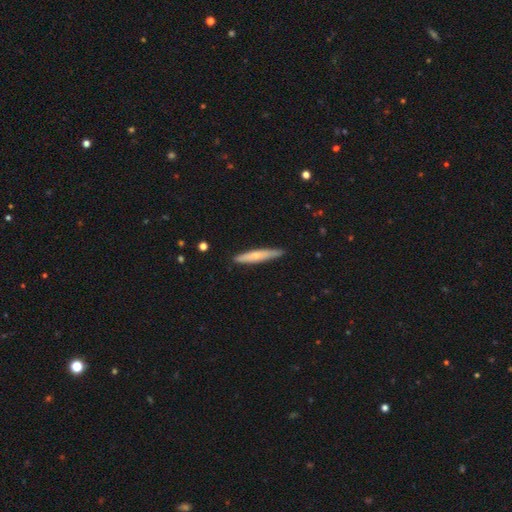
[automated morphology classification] A smooth galaxy with no disk features (56%) that is cigar-shaped (91%). Merging: none (87%).